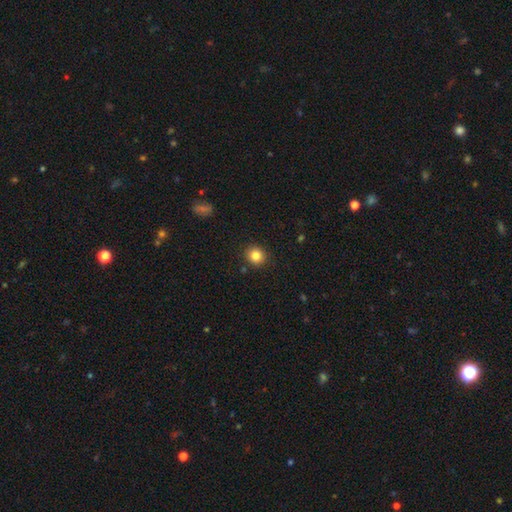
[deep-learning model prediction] smooth-or-featured: smooth: 84% | star or artifact: 11% | featured or disk: 6%
  how-rounded: round: 86% | in between: 13% | cigar-shaped: 1%
  merging: none: 89% | minor disturbance: 7% | major disturbance: 2% | merger: 2%